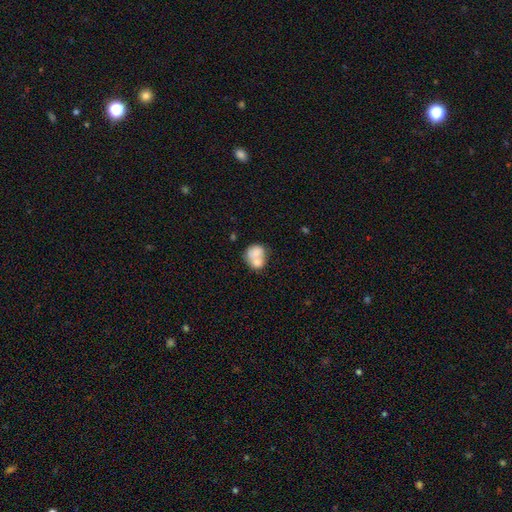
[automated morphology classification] Smooth or featured?
  - smooth: 70% *
  - featured or disk: 23%
  - star or artifact: 7%
How rounded?
  - round: 61% *
  - in between: 38%
  - cigar-shaped: 1%
Merging?
  - merger: 66% *
  - none: 22%
  - minor disturbance: 8%
  - major disturbance: 5%